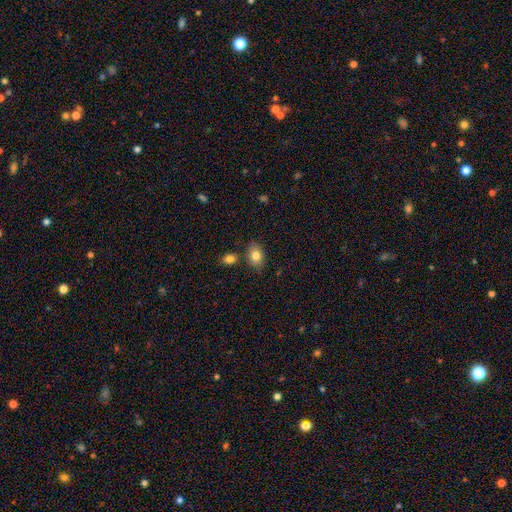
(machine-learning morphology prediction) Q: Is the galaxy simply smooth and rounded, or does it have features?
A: smooth — 82%.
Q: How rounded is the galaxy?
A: in between — 81%.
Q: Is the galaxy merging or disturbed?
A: none — 77%.